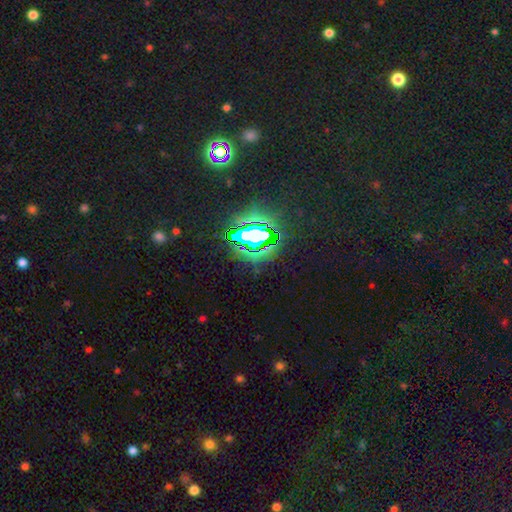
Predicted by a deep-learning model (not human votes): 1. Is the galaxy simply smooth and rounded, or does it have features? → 79% star or artifact, 12% smooth, 9% featured or disk.